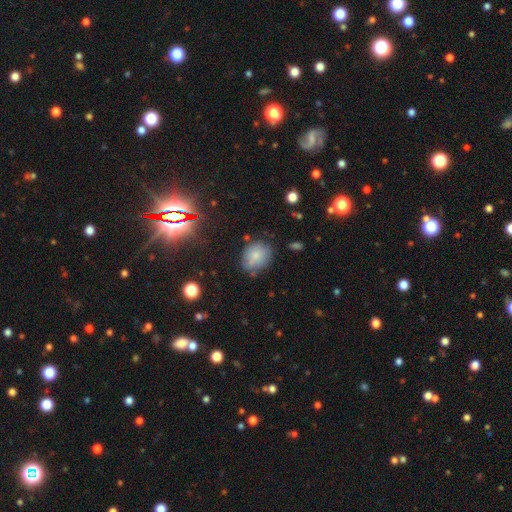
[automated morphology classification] smooth-or-featured: smooth: 75% | featured or disk: 13% | star or artifact: 12%
  how-rounded: round: 54% | in between: 45% | cigar-shaped: 1%
  merging: none: 66% | minor disturbance: 22% | major disturbance: 6% | merger: 6%